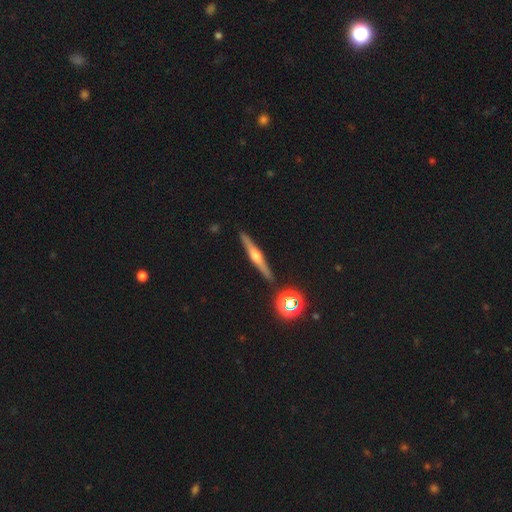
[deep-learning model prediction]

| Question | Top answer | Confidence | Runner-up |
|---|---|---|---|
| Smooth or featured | featured or disk | 69% | smooth (23%) |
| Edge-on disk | yes | 97% | no (3%) |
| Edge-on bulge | rounded | 89% | boxy (5%) |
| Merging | none | 90% | minor disturbance (6%) |